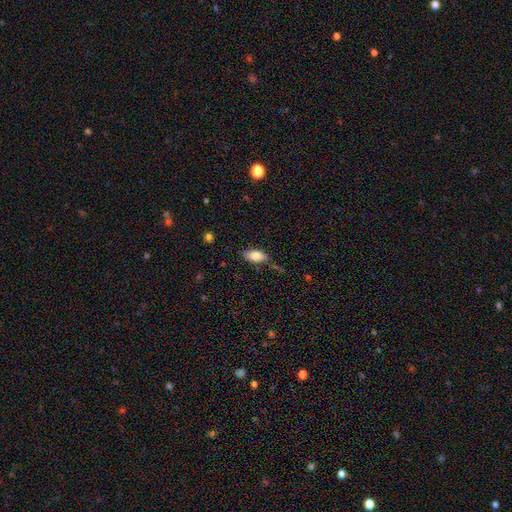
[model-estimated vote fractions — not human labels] smooth_or_featured: smooth (p=0.77) [alt: featured or disk p=0.15]
how_rounded: in between (p=0.86) [alt: cigar-shaped p=0.11]
merging: none (p=0.68) [alt: minor disturbance p=0.21]